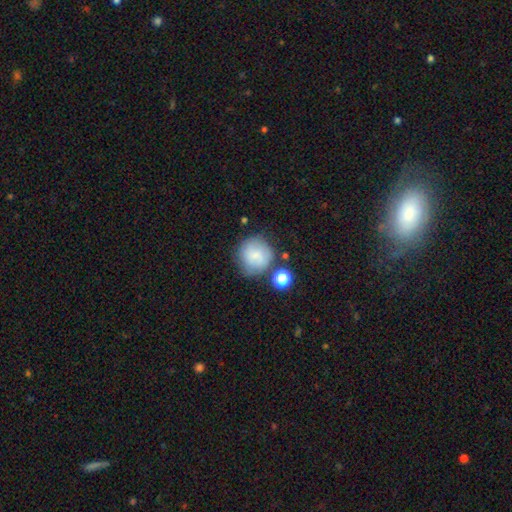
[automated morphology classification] This appears to be a smooth galaxy with no disk features (73%) that is round (91%). Merging: none (62%).